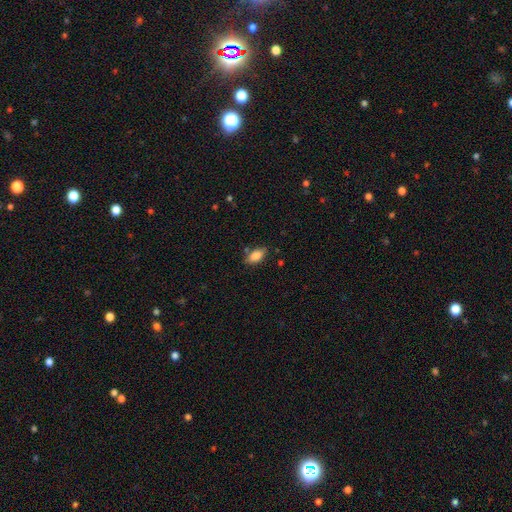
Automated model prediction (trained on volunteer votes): This appears to be a smooth galaxy with no disk features (85%) that is in between round and cigar-shaped (89%). Merging: none (78%).